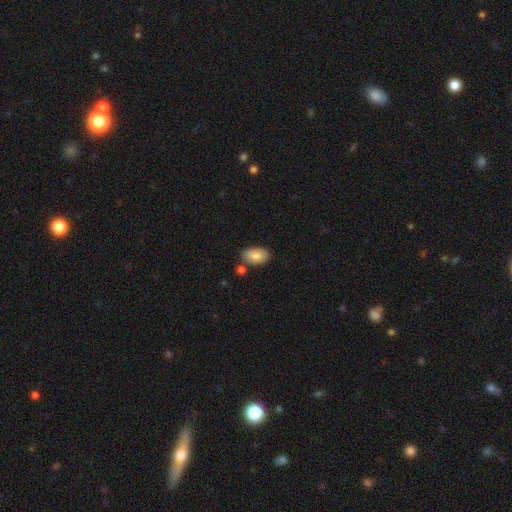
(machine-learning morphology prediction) Q: Smooth or featured?
A: smooth (82%); runner-up: featured or disk (11%)
Q: How rounded?
A: in between (92%); runner-up: round (6%)
Q: Merging?
A: none (75%); runner-up: minor disturbance (15%)